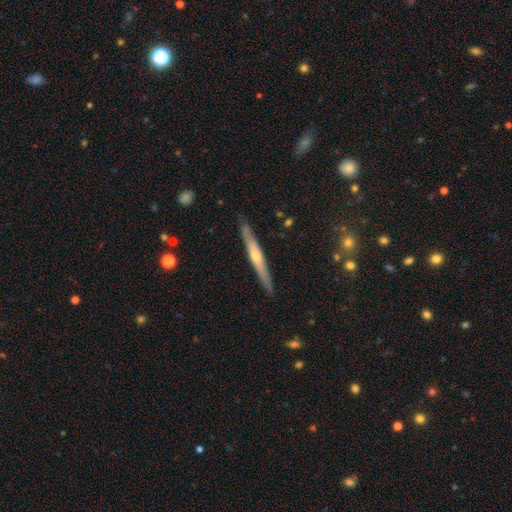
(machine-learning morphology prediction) This appears to be a featured or disk galaxy (67%) viewed edge-on (96%) with a rounded central bulge (72%). Merging: none (88%).